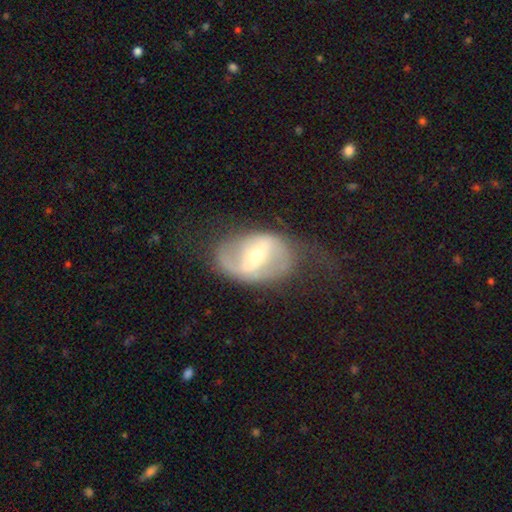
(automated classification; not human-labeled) smooth-or-featured: featured or disk: 78% | smooth: 15% | star or artifact: 6%
  disk-edge-on: no: 96% | yes: 4%
    bar: strong: 52% | weak: 34% | no: 14%
    has-spiral-arms: yes: 81% | no: 19%
      spiral-winding: loose: 48% | medium: 38% | tight: 15%
      spiral-arm-count: 2: 82% | can't tell: 9% | 1: 6% | 3: 1% | 4: 1% | more than 4: 1%
    bulge-size: small: 48% | moderate: 46% | large: 4% | none: 1% | dominant: 1%
  merging: none: 50% | major disturbance: 24% | minor disturbance: 24% | merger: 2%